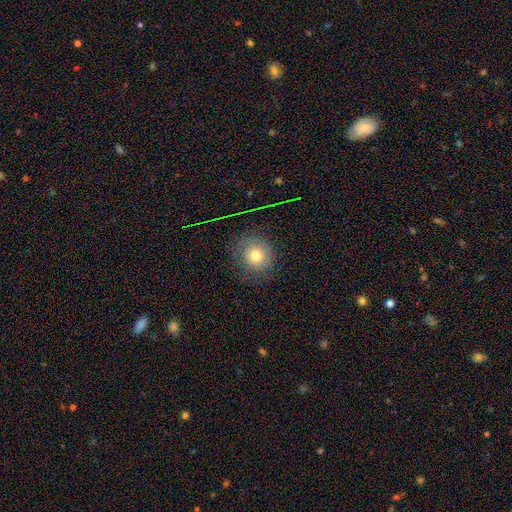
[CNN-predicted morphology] smooth-or-featured: smooth: 66% | featured or disk: 20% | star or artifact: 13%
  how-rounded: round: 86% | in between: 13% | cigar-shaped: 1%
  merging: none: 77% | minor disturbance: 15% | major disturbance: 7% | merger: 1%